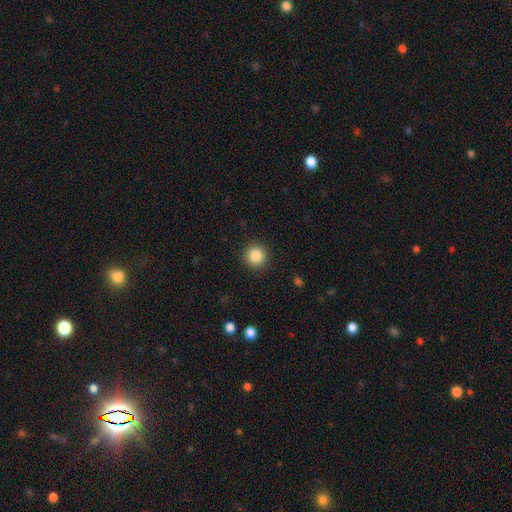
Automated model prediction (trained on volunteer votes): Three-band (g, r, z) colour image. It shows a smooth galaxy with no disk features (86%) that is round (95%). Merging: none (92%).